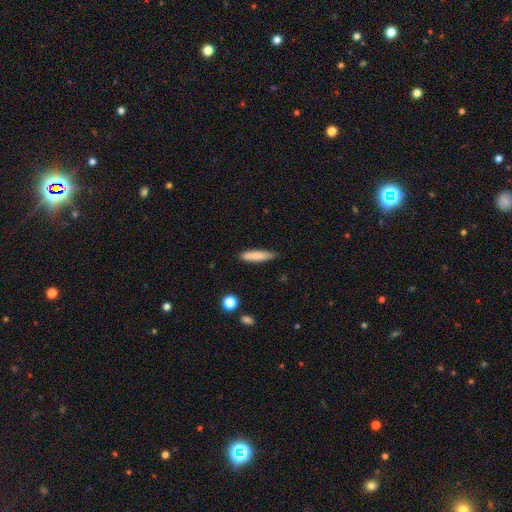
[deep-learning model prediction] A smooth galaxy with no disk features (83%) that is cigar-shaped (81%). Merging: none (83%).